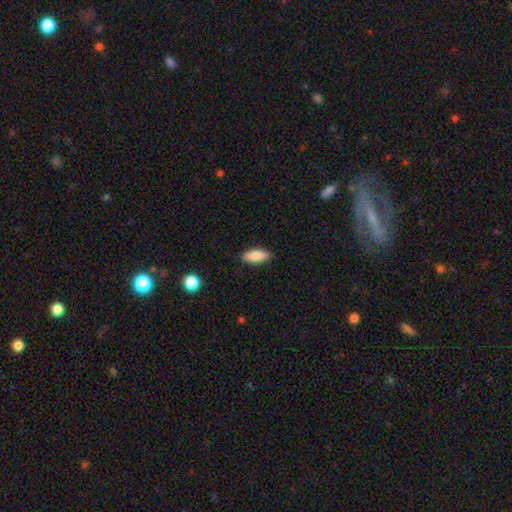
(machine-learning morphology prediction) type=smooth (80%); roundness=in between (76%); merging=none (87%).